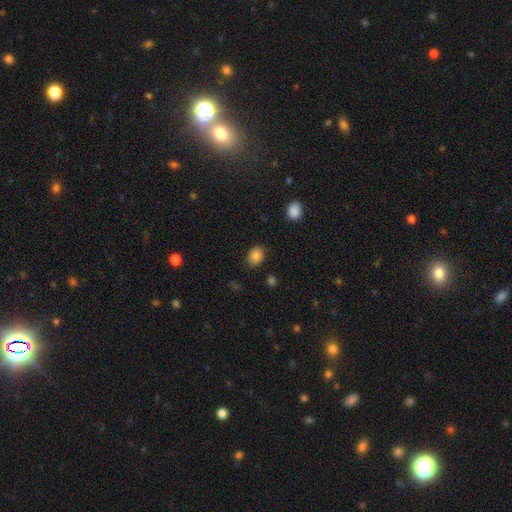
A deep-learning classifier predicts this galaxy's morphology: Smooth or featured? smooth (84%)
How rounded? in between (61%)
Merging? none (83%)